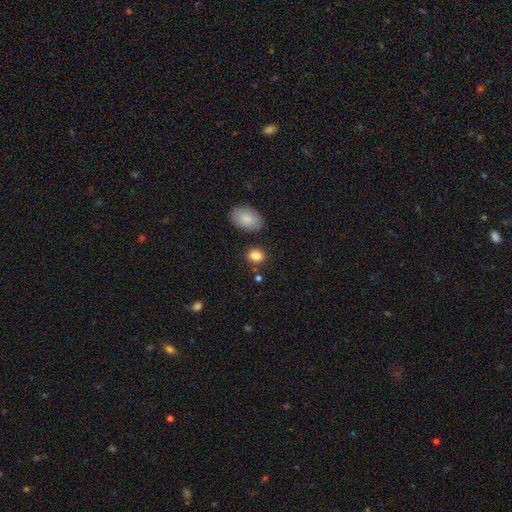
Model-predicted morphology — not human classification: Smooth or featured: smooth — 85% (star or artifact — 10%)
How rounded: in between — 53% (round — 46%)
Merging: none — 80% (minor disturbance — 11%)